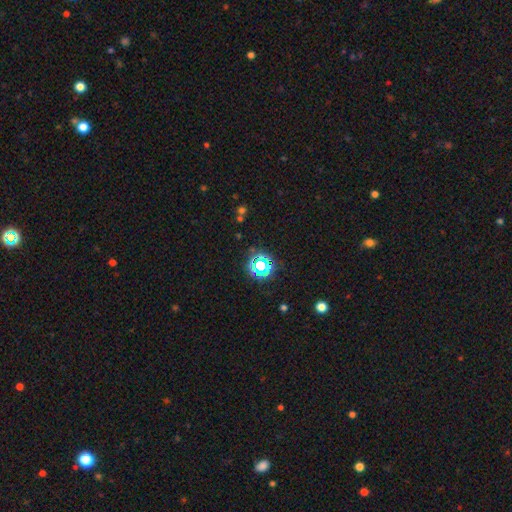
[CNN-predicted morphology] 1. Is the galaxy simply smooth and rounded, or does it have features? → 69% star or artifact, 23% smooth, 8% featured or disk.